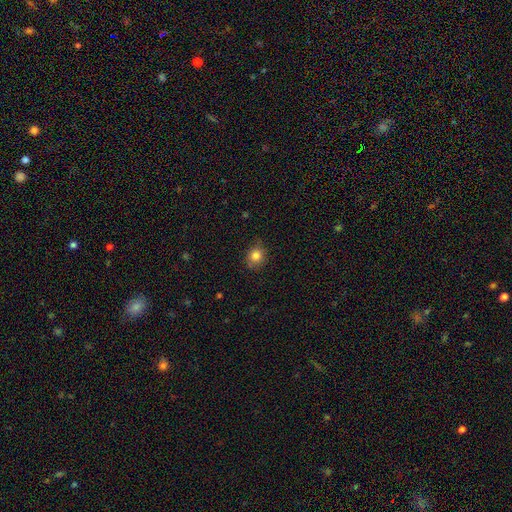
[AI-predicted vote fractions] Morphology: type=smooth (83%); roundness=round (73%); merging=none (79%).